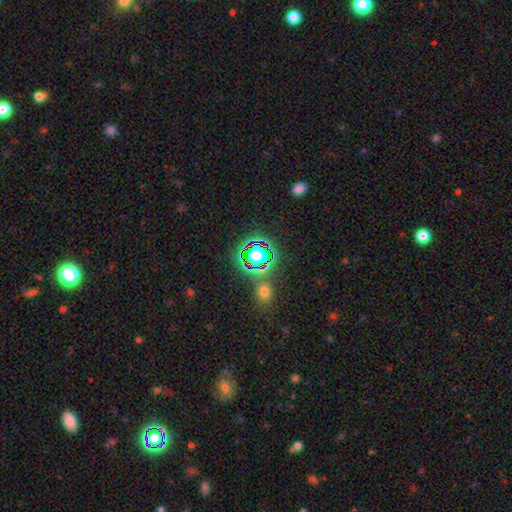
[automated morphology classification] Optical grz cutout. It shows a star or artifact, not a galaxy (64%).